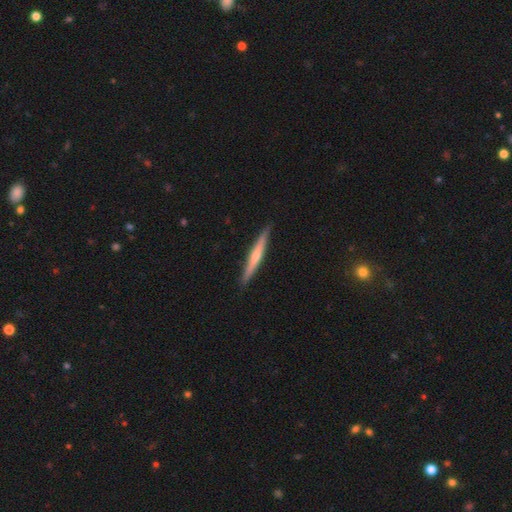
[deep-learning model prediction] smooth_or_featured: featured or disk (p=0.54) [alt: smooth p=0.41]
disk_edge_on: yes (p=0.97) [alt: no p=0.03]
edge_on_bulge: rounded (p=0.60) [alt: none p=0.33]
merging: none (p=0.90) [alt: minor disturbance p=0.07]